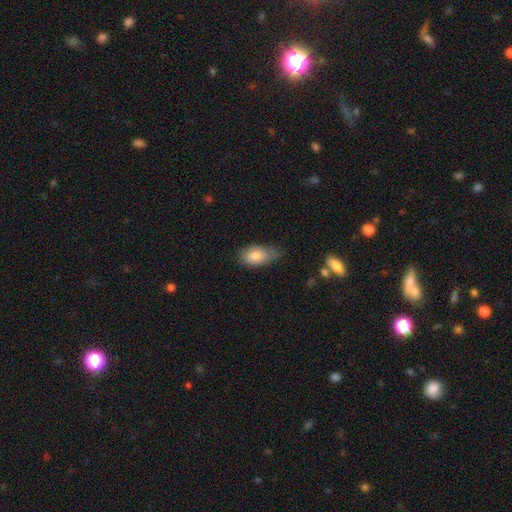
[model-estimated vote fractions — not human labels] Q: Smooth or featured?
A: smooth (79%); runner-up: featured or disk (14%)
Q: How rounded?
A: in between (91%); runner-up: round (6%)
Q: Merging?
A: none (54%); runner-up: minor disturbance (35%)